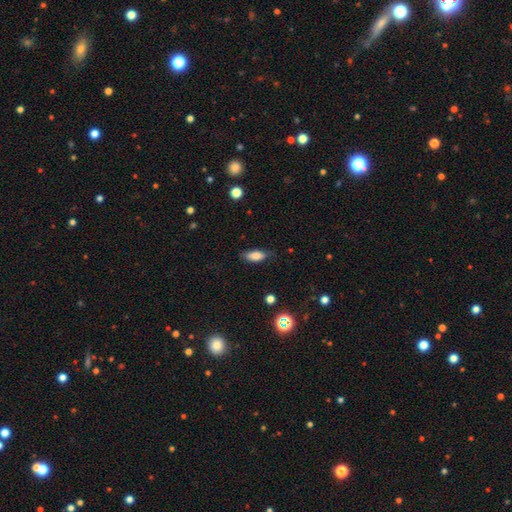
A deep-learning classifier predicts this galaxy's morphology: A smooth galaxy with no disk features (81%) that is in between round and cigar-shaped (79%).

Vote fractions:
- Smooth or featured? smooth: 81% / featured or disk: 11% / star or artifact: 8%
- How rounded? in between: 79% / cigar-shaped: 17% / round: 3%
- Merging? none: 77% / minor disturbance: 18% / major disturbance: 4% / merger: 1%